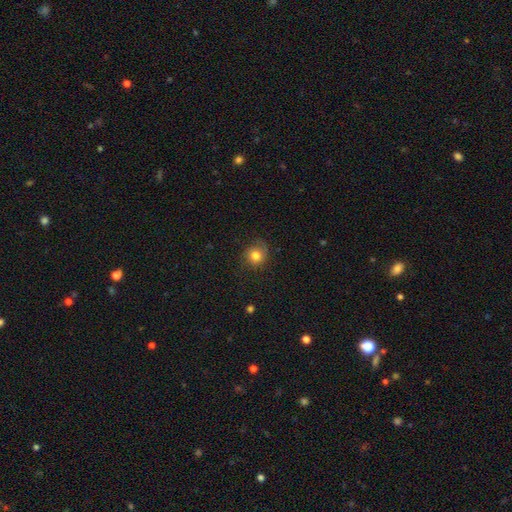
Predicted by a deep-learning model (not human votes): Smooth or featured? smooth (72%)
How rounded? round (82%)
Merging? none (69%)